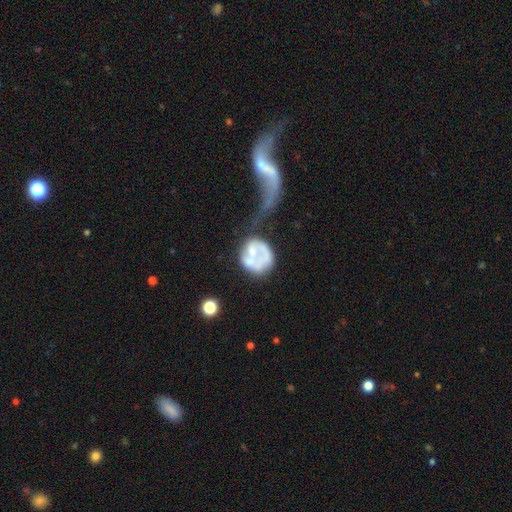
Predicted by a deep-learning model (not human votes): Q: Smooth or featured?
A: featured or disk (56%); runner-up: smooth (35%)
Q: Edge-on disk?
A: no (98%); runner-up: yes (2%)
Q: Bar?
A: no (78%); runner-up: weak (16%)
Q: Spiral arms?
A: no (72%); runner-up: yes (28%)
Q: Bulge size?
A: none (49%); runner-up: moderate (22%)
Q: Merging?
A: major disturbance (37%); runner-up: none (23%)